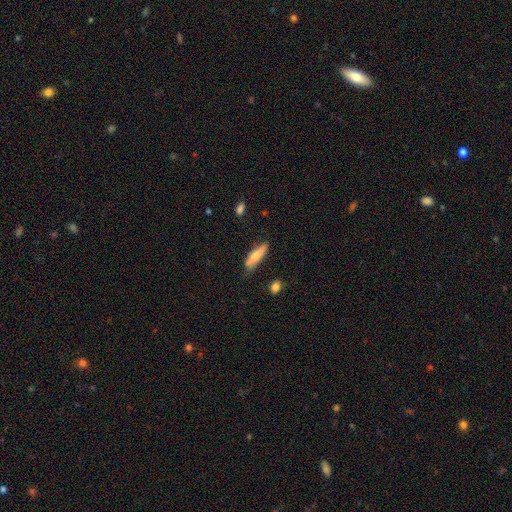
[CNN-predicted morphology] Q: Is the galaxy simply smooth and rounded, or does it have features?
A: smooth — 69%.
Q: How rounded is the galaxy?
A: cigar-shaped — 62%.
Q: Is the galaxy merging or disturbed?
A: none — 63%.